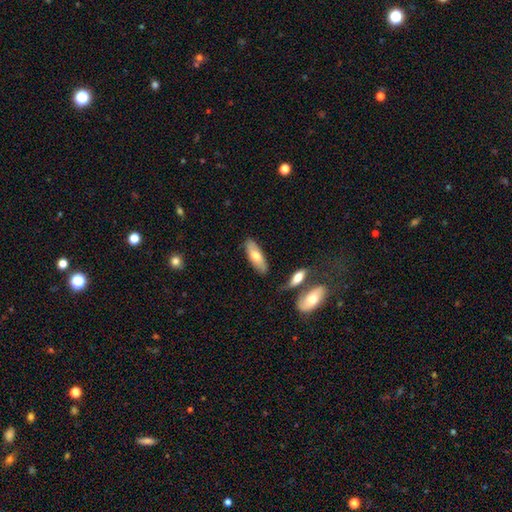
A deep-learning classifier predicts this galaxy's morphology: A smooth galaxy with no disk features (66%) that is in between round and cigar-shaped (61%). Merging: none (80%).